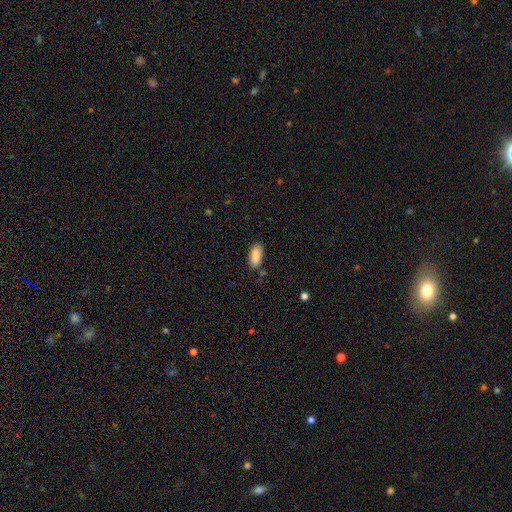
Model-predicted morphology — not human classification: Smooth or featured: smooth — 88% (star or artifact — 7%)
How rounded: in between — 88% (cigar-shaped — 10%)
Merging: none — 76% (minor disturbance — 17%)